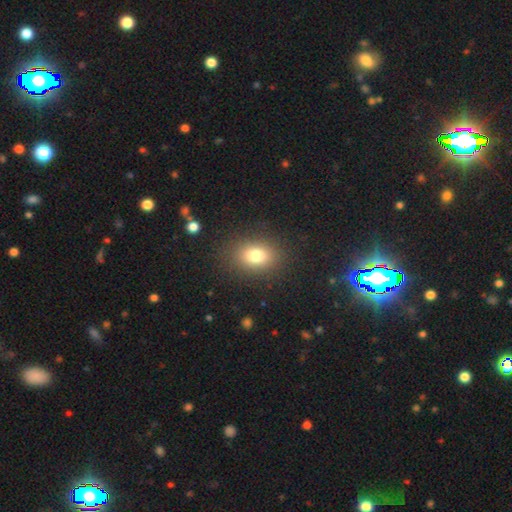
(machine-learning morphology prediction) Smooth or featured? Predicted: smooth (p=0.78). How rounded? Predicted: in between (p=0.66). Merging? Predicted: none (p=0.86).